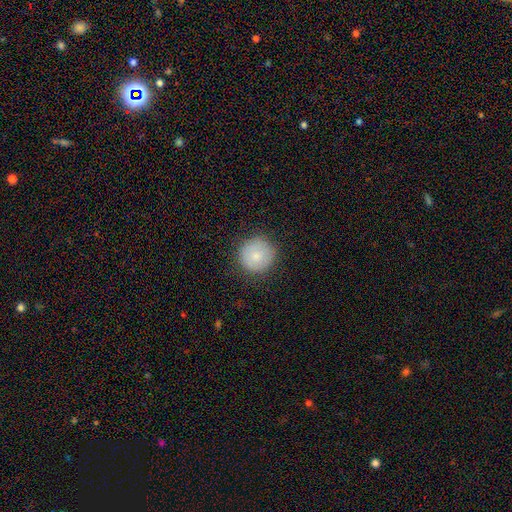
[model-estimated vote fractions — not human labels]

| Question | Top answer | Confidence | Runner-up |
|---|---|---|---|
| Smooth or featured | smooth | 81% | featured or disk (12%) |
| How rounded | round | 95% | in between (4%) |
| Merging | none | 86% | minor disturbance (10%) |